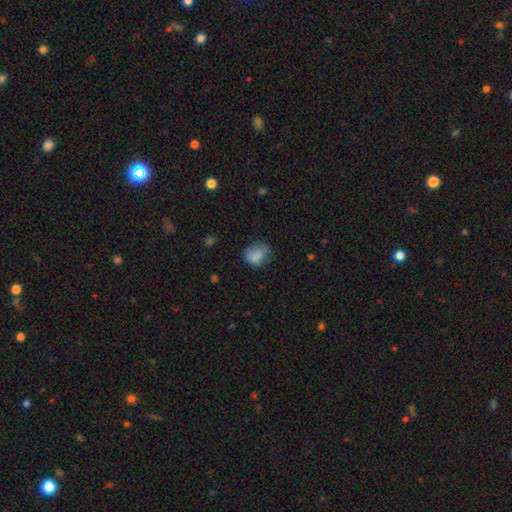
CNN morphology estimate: Q: Smooth or featured?
A: smooth (81%); runner-up: star or artifact (10%)
Q: How rounded?
A: in between (51%); runner-up: round (48%)
Q: Merging?
A: none (56%); runner-up: minor disturbance (30%)